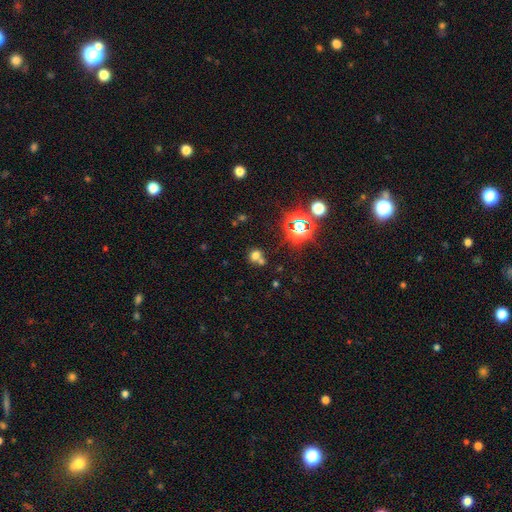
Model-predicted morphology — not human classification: Smooth or featured? smooth (61%)
How rounded? round (71%)
Merging? none (47%)